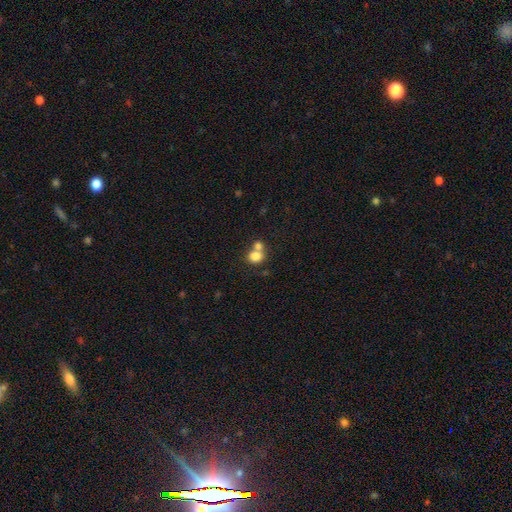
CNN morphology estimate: This appears to be a smooth galaxy with no disk features (79%) that is round (67%). Merging: merger (50%).